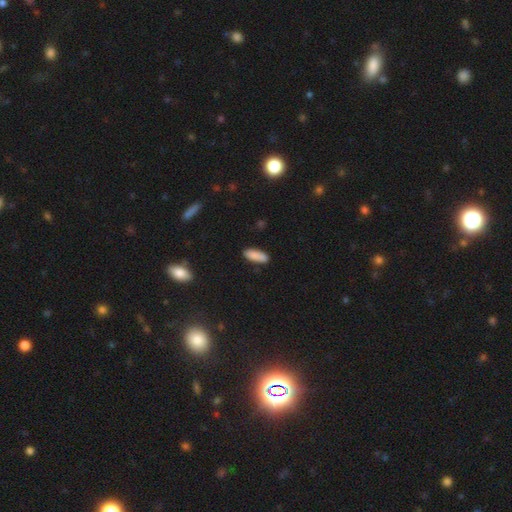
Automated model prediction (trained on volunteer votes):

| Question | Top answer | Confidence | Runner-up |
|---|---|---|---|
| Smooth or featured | smooth | 87% | star or artifact (7%) |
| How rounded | in between | 67% | cigar-shaped (31%) |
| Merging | none | 84% | minor disturbance (11%) |